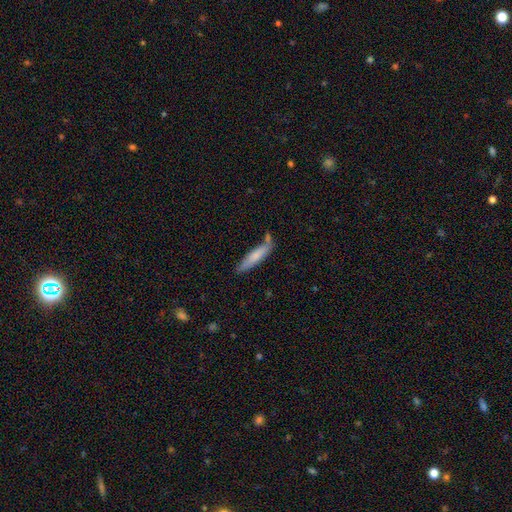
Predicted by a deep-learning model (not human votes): Morphology: type=smooth (74%); roundness=cigar-shaped (82%); merging=none (65%).